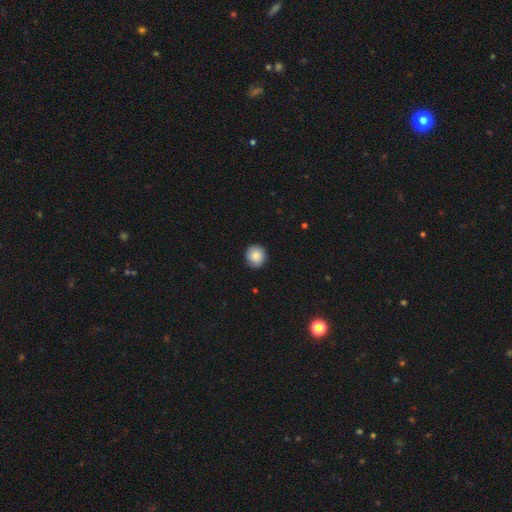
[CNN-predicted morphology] Smooth or featured? smooth (85%)
How rounded? round (89%)
Merging? none (89%)